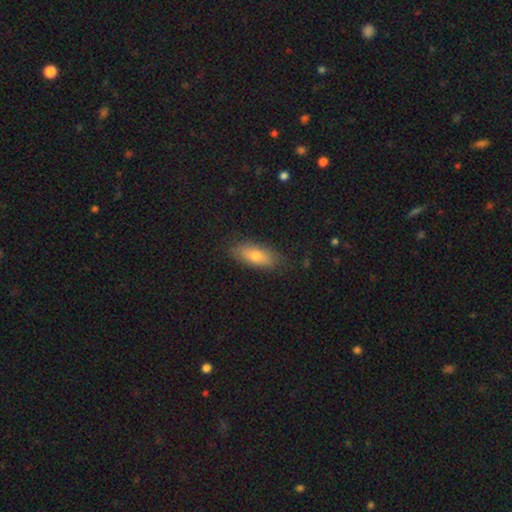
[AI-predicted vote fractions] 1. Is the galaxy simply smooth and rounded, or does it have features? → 73% smooth, 20% featured or disk, 7% star or artifact.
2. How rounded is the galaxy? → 76% in between, 21% cigar-shaped, 3% round.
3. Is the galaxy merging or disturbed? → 82% none, 14% minor disturbance, 3% major disturbance, 1% merger.